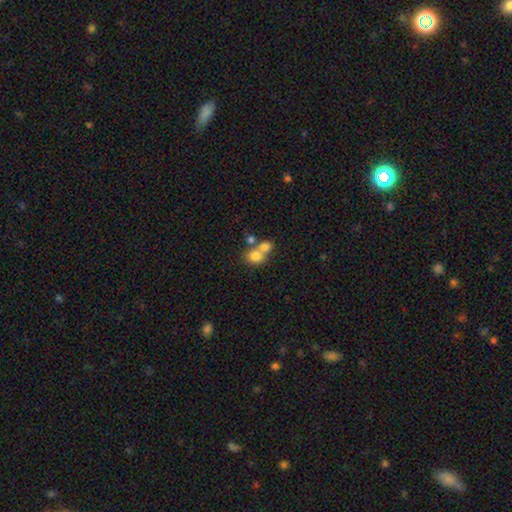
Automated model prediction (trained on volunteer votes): smooth_or_featured: smooth (p=0.75) [alt: featured or disk p=0.13]
how_rounded: round (p=0.67) [alt: in between p=0.32]
merging: merger (p=0.57) [alt: none p=0.33]